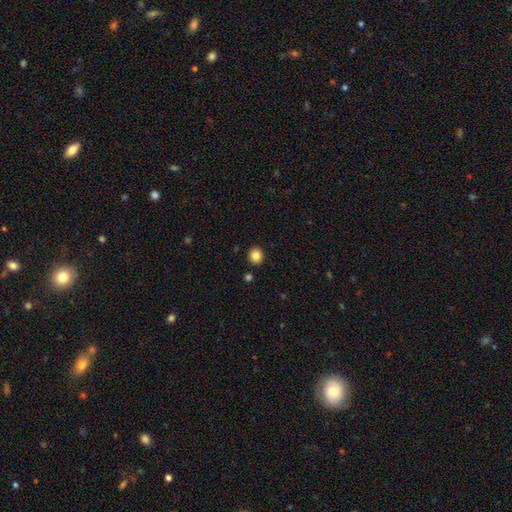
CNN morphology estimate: This appears to be a smooth galaxy with no disk features (85%) that is round (87%). Merging: none (91%).